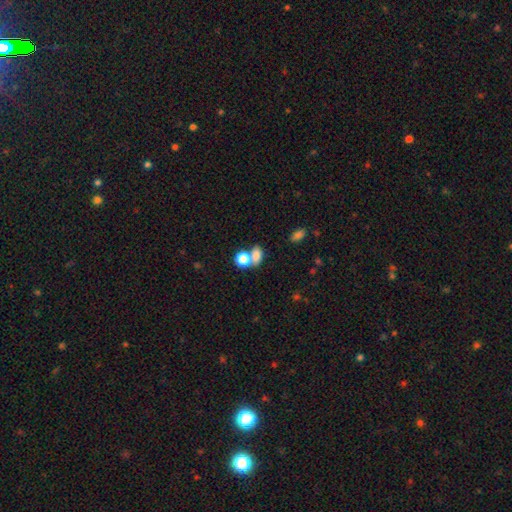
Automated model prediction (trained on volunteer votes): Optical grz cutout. It shows a smooth galaxy with no disk features (79%) that is in between round and cigar-shaped (64%). Merging: merger (49%).